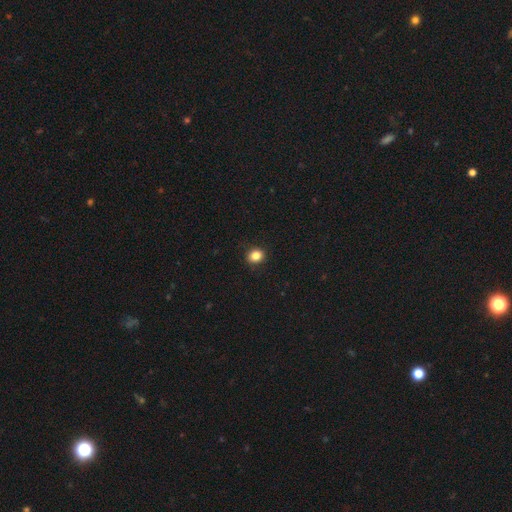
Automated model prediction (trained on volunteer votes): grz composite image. It shows a smooth galaxy with no disk features (85%) that is round (71%). Merging: none (91%).